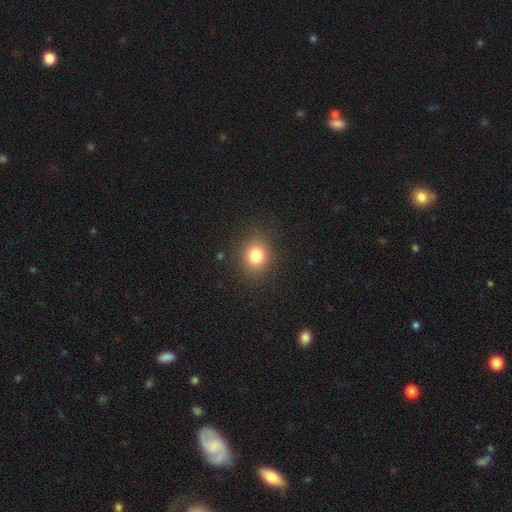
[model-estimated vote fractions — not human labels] smooth 81%, star or artifact 12%, featured or disk 7%. Down the decision tree: how rounded — round (66%); merging — none (86%).